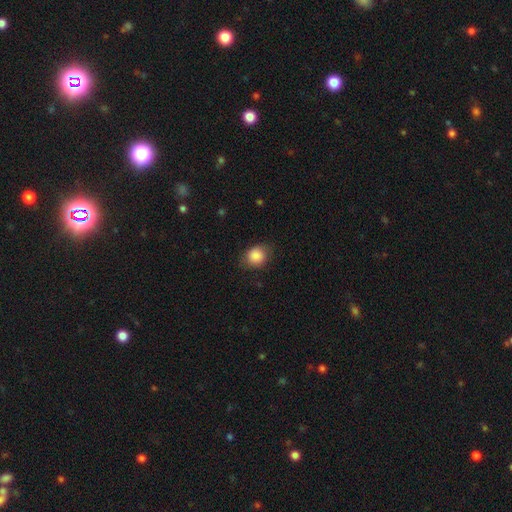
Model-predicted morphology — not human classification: type=smooth (87%); roundness=round (59%); merging=none (76%).